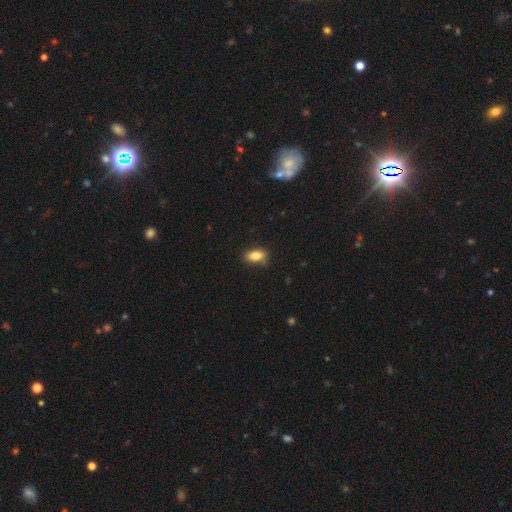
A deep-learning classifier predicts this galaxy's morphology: Q: Smooth or featured?
A: smooth (84%); runner-up: star or artifact (8%)
Q: How rounded?
A: in between (88%); runner-up: cigar-shaped (6%)
Q: Merging?
A: none (77%); runner-up: minor disturbance (18%)